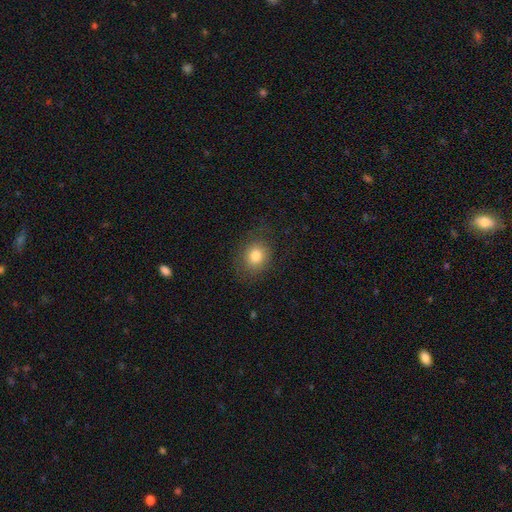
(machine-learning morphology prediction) Q: Smooth or featured?
A: smooth (82%); runner-up: star or artifact (10%)
Q: How rounded?
A: round (61%); runner-up: in between (38%)
Q: Merging?
A: none (80%); runner-up: minor disturbance (14%)